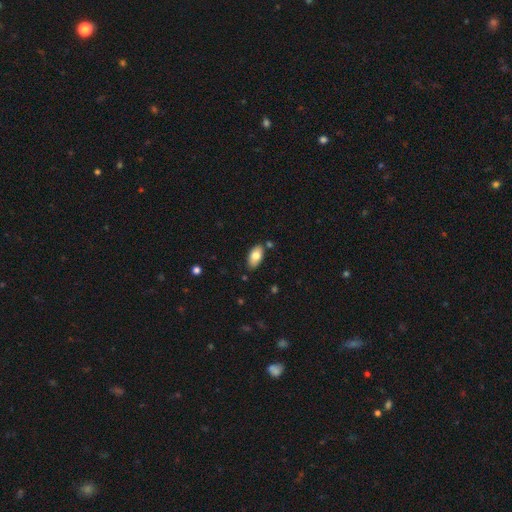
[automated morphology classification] This appears to be a smooth galaxy with no disk features (80%) that is in between round and cigar-shaped (94%). Merging: none (79%).